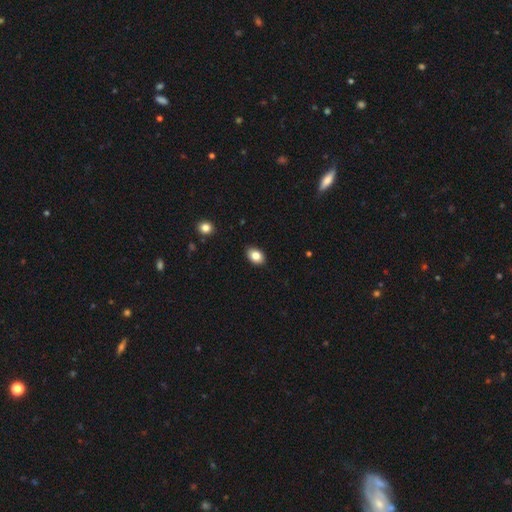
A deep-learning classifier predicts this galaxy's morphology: This appears to be a smooth galaxy with no disk features (83%) that is in between round and cigar-shaped (81%). Merging: none (89%).